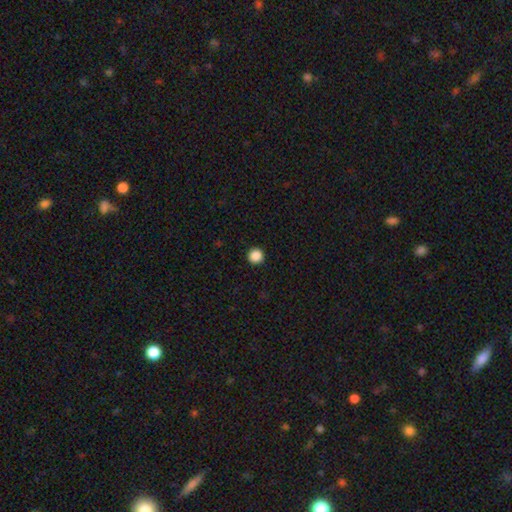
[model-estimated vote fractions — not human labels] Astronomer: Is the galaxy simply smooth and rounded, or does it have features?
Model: smooth — 87%.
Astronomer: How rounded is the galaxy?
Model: round — 96%.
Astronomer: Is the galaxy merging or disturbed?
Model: none — 94%.